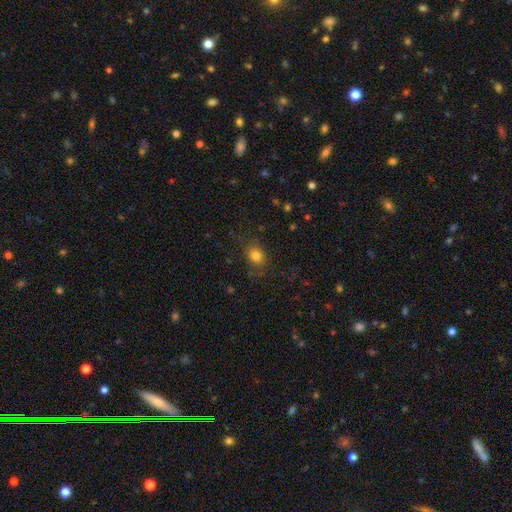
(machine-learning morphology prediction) Smooth or featured? Predicted: smooth (p=0.78). How rounded? Predicted: round (p=0.58). Merging? Predicted: none (p=0.76).